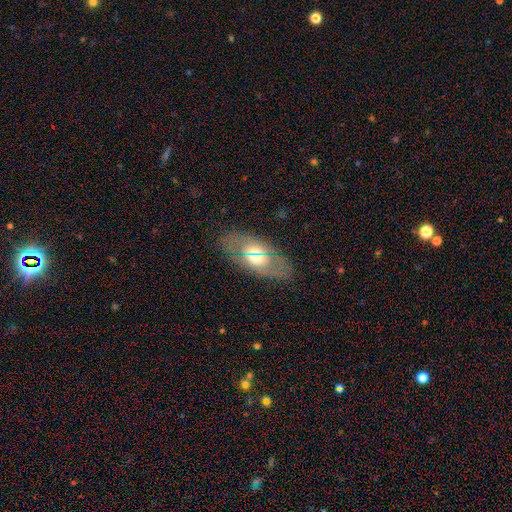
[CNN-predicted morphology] type=smooth (45%); merging=none (84%).